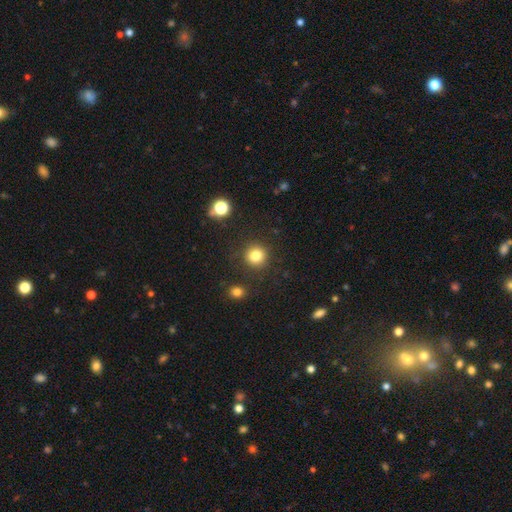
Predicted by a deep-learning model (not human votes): The model was most divided on "smooth or featured": smooth: 82%, star or artifact: 12%, featured or disk: 6%. More confident: how rounded — round (92%); merging — none (87%).